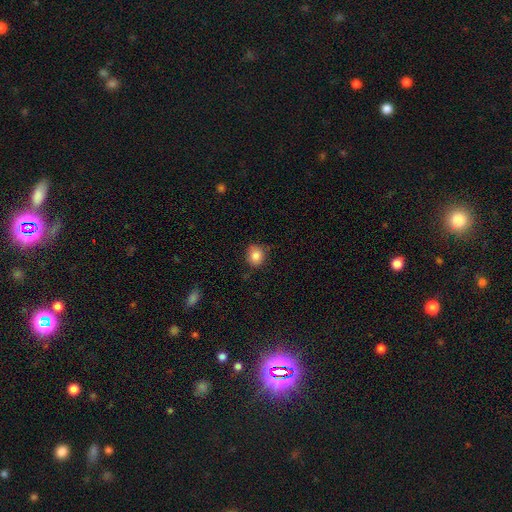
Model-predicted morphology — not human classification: smooth-or-featured: smooth: 85% | star or artifact: 10% | featured or disk: 5%
  how-rounded: round: 76% | in between: 23% | cigar-shaped: 1%
  merging: none: 79% | minor disturbance: 16% | major disturbance: 3% | merger: 1%